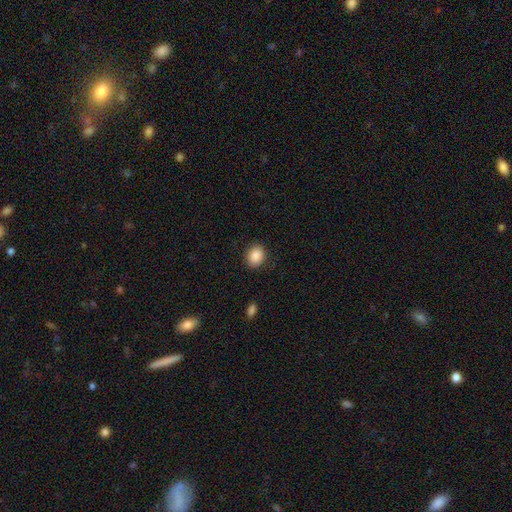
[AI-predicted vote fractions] The model was most divided on "how rounded": in between: 50%, round: 49%, cigar-shaped: 1%. More confident: smooth or featured — smooth (88%); merging — none (87%).